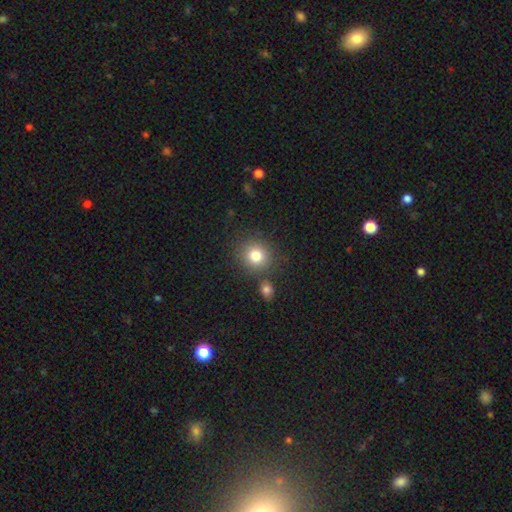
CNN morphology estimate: A smooth galaxy with no disk features (80%) that is round (87%). Merging: none (79%).